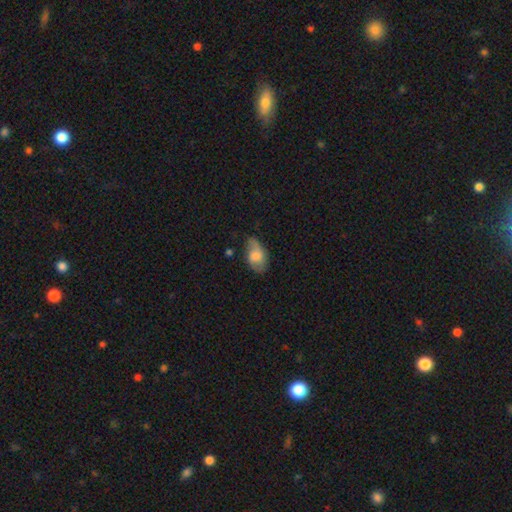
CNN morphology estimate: A smooth galaxy with no disk features (69%) that is in between round and cigar-shaped (91%). Merging: none (54%).